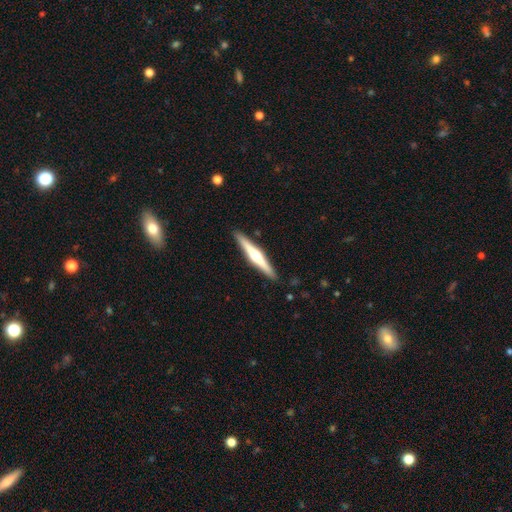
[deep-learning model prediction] This appears to be a featured or disk galaxy (70%) viewed edge-on (98%) with a rounded central bulge (91%). Merging: none (92%).